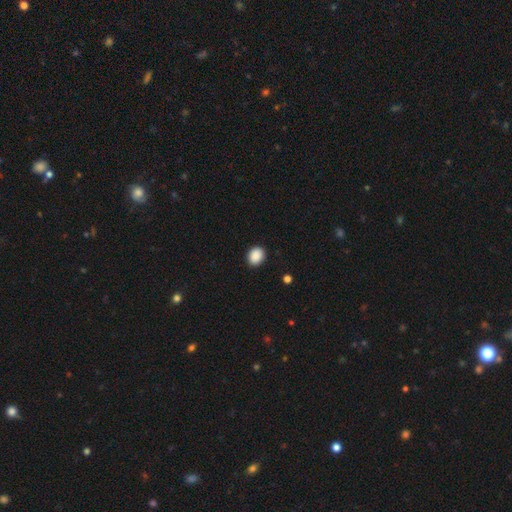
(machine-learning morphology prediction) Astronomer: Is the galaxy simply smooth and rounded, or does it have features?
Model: smooth — 89%.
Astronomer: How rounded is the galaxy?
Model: round — 54% (runner-up: in between, 46%).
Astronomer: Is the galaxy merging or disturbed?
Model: none — 90%.